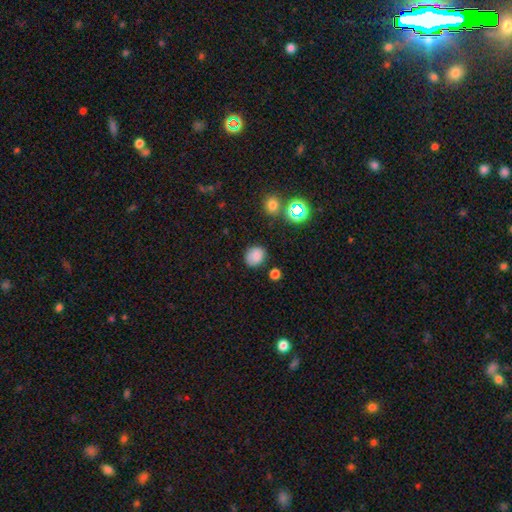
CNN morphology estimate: This appears to be a smooth galaxy with no disk features (79%) that is round (64%). Merging: none (78%).